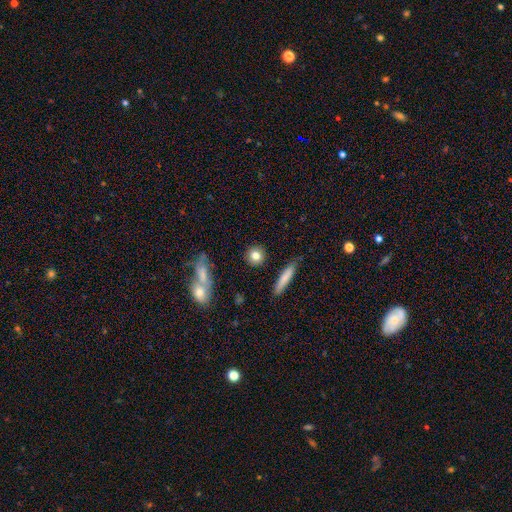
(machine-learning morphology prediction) A smooth galaxy with no disk features (80%) that is round (79%). Merging: none (87%).